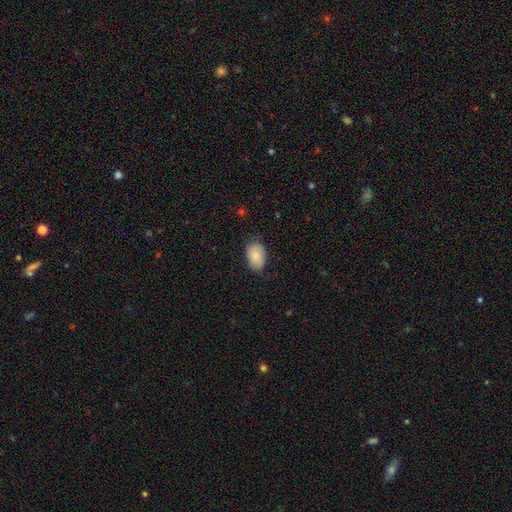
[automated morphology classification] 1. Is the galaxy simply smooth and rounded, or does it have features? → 85% smooth, 9% featured or disk, 6% star or artifact.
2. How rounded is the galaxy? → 90% in between, 9% round, 1% cigar-shaped.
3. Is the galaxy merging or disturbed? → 75% none, 21% minor disturbance, 4% major disturbance, 1% merger.